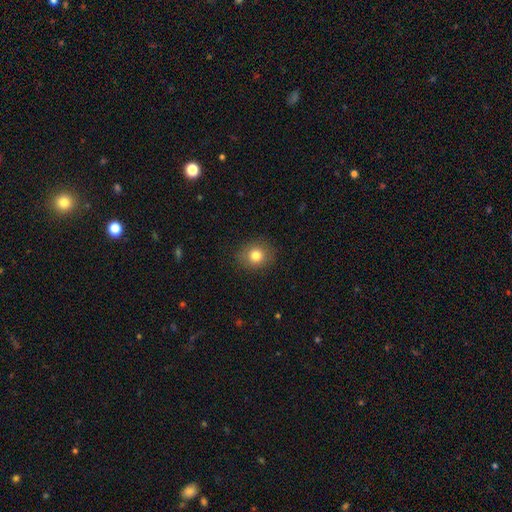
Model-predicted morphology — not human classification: Smooth or featured? Predicted: smooth (p=0.80). How rounded? Predicted: round (p=0.75). Merging? Predicted: none (p=0.88).